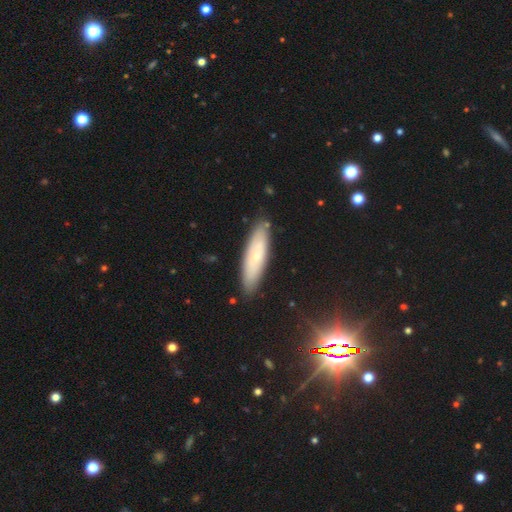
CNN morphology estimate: A smooth galaxy with no disk features (59%) that is cigar-shaped (68%).

Vote fractions:
- Smooth or featured? smooth: 59% / featured or disk: 33% / star or artifact: 8%
- How rounded? cigar-shaped: 68% / in between: 30% / round: 2%
- Merging? none: 85% / minor disturbance: 11% / major disturbance: 2% / merger: 2%